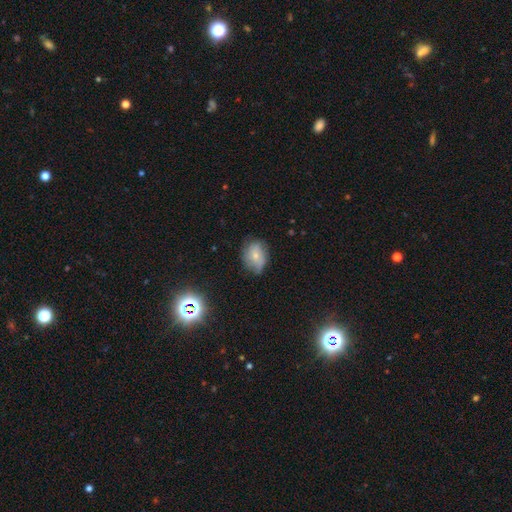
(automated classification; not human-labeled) A smooth galaxy with no disk features (62%) that is in between round and cigar-shaped (65%).

Vote fractions:
- Smooth or featured? smooth: 62% / featured or disk: 27% / star or artifact: 11%
- How rounded? in between: 65% / round: 33% / cigar-shaped: 1%
- Merging? none: 61% / minor disturbance: 29% / major disturbance: 8% / merger: 2%